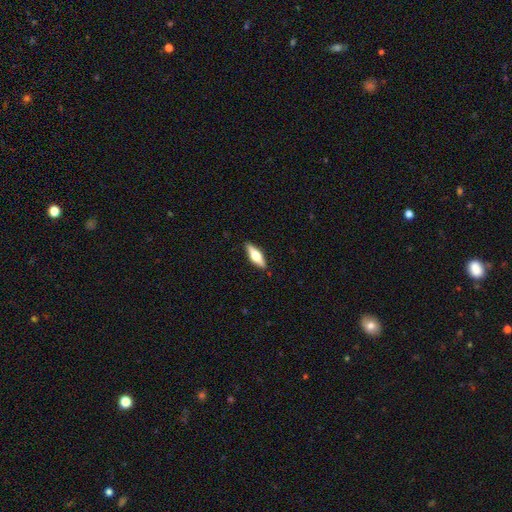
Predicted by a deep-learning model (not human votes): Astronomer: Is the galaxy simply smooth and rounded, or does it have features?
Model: featured or disk — 51% (runner-up: smooth, 43%).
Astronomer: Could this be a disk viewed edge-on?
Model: yes — 93%.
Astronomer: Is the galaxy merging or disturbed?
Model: none — 89%.